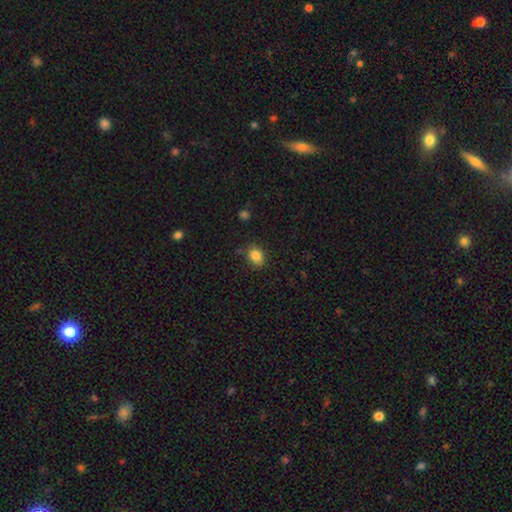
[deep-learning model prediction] smooth 85%, star or artifact 10%, featured or disk 5%. Down the decision tree: how rounded — in between (55%); merging — none (80%).